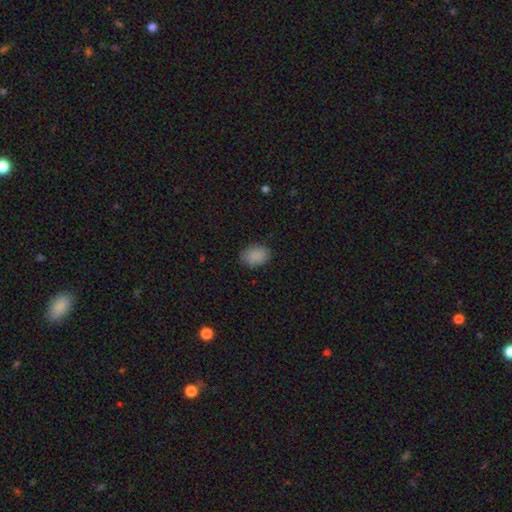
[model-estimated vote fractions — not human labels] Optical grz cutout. It shows a smooth galaxy with no disk features (88%) that is in between round and cigar-shaped (75%). Merging: none (82%).